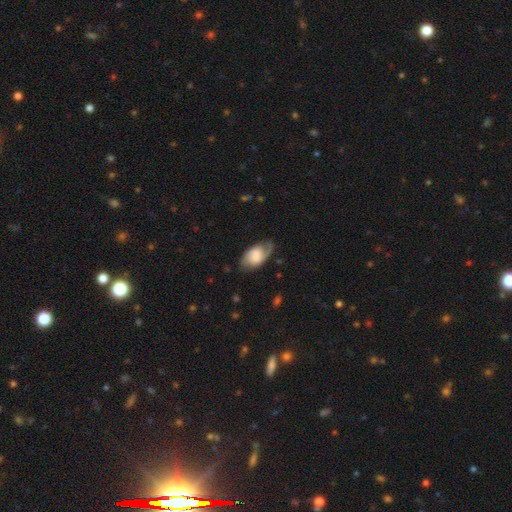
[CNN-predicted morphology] smooth_or_featured: featured or disk (p=0.54) [alt: smooth p=0.39]
disk_edge_on: no (p=0.95) [alt: yes p=0.05]
bar: no (p=0.45) [alt: weak p=0.42]
has_spiral_arms: yes (p=0.88) [alt: no p=0.12]
bulge_size: none (p=0.30) [alt: large p=0.24]
merging: none (p=0.64) [alt: minor disturbance p=0.24]